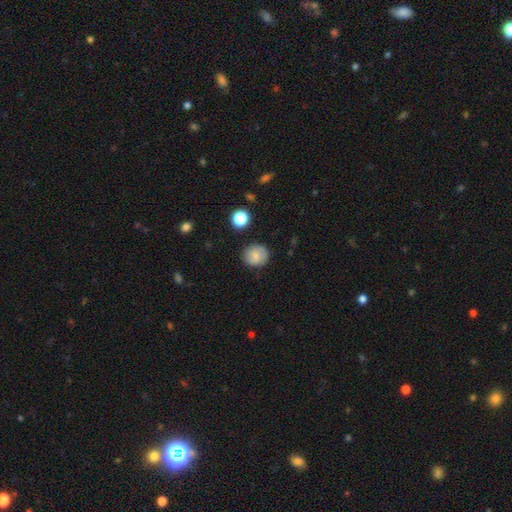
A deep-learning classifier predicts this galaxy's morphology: This appears to be a smooth galaxy with no disk features (77%) that is round (84%). Merging: none (84%).